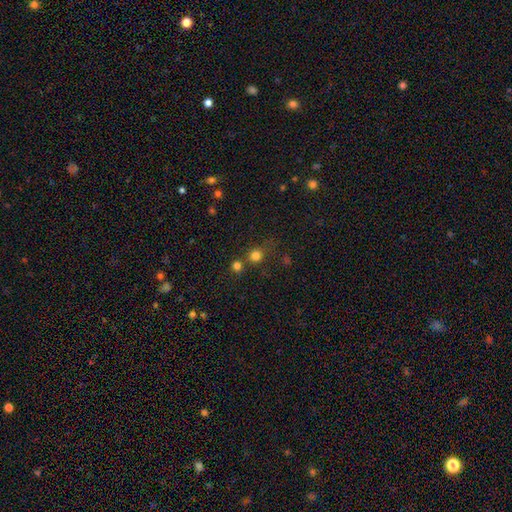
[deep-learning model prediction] Morphology: type=smooth (76%); roundness=round (89%); merging=none (65%).